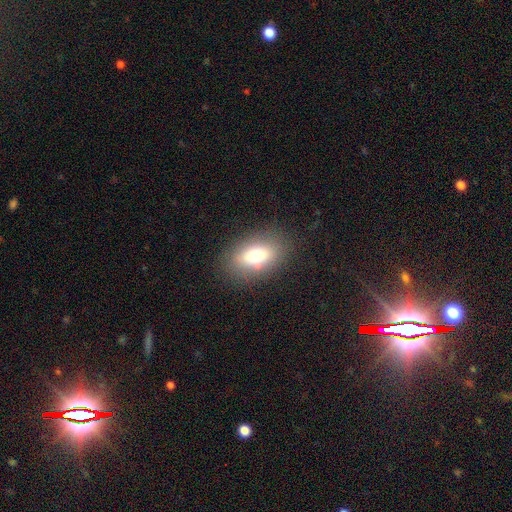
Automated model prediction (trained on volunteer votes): smooth-or-featured: smooth: 73% | featured or disk: 17% | star or artifact: 11%
  how-rounded: in between: 83% | round: 12% | cigar-shaped: 4%
  merging: none: 83% | minor disturbance: 11% | major disturbance: 4% | merger: 2%